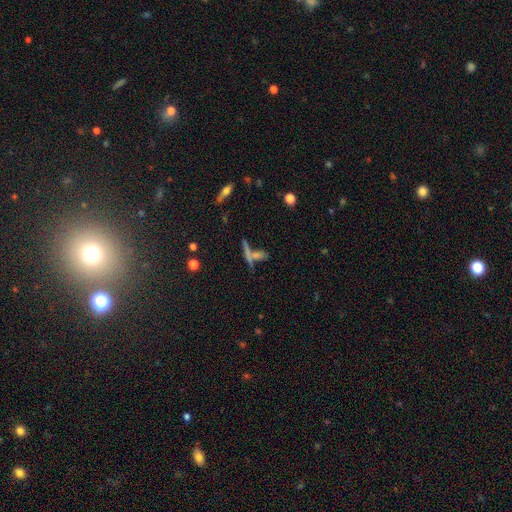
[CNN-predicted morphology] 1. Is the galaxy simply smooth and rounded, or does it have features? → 44% smooth, 33% featured or disk, 23% star or artifact.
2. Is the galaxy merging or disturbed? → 47% none, 34% merger, 11% minor disturbance, 8% major disturbance.